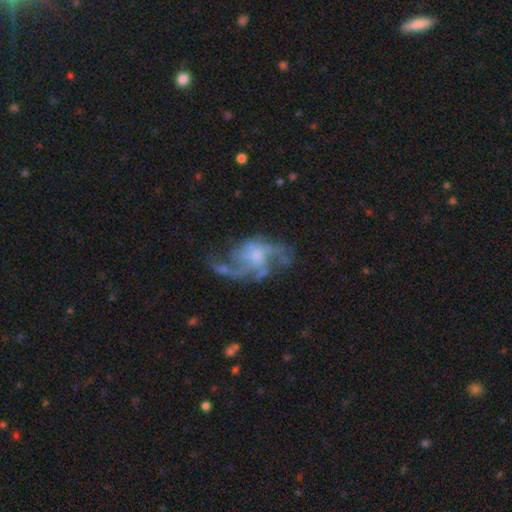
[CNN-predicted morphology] Q: Smooth or featured?
A: featured or disk (81%); runner-up: smooth (11%)
Q: Edge-on disk?
A: no (97%); runner-up: yes (3%)
Q: Bar?
A: no (62%); runner-up: weak (32%)
Q: Spiral arms?
A: yes (87%); runner-up: no (13%)
Q: Spiral winding?
A: loose (48%); runner-up: medium (39%)
Q: Spiral arm count?
A: 3 (27%); runner-up: 2 (25%)
Q: Bulge size?
A: small (38%); runner-up: moderate (35%)
Q: Merging?
A: none (48%); runner-up: major disturbance (29%)